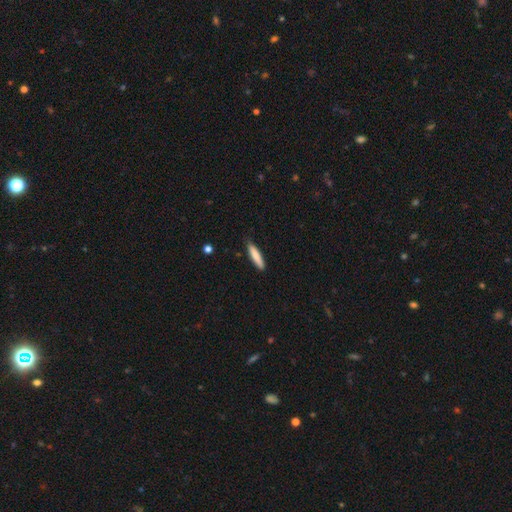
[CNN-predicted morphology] Smooth or featured?
  - smooth: 82% *
  - featured or disk: 12%
  - star or artifact: 6%
How rounded?
  - cigar-shaped: 83% *
  - in between: 15%
  - round: 1%
Merging?
  - none: 83% *
  - minor disturbance: 14%
  - major disturbance: 2%
  - merger: 1%